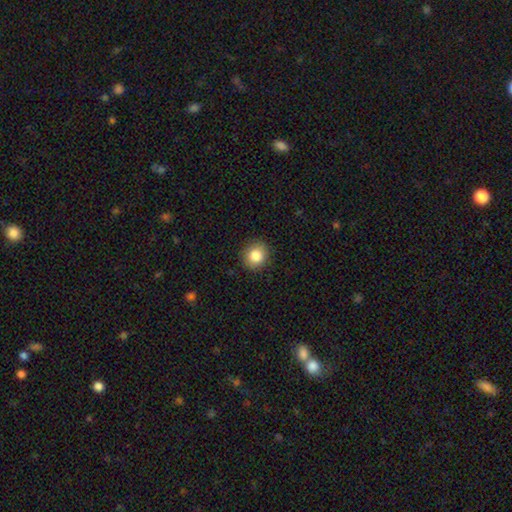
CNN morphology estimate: Smooth or featured: smooth — 85% (star or artifact — 9%)
How rounded: round — 85% (in between — 14%)
Merging: none — 90% (minor disturbance — 7%)